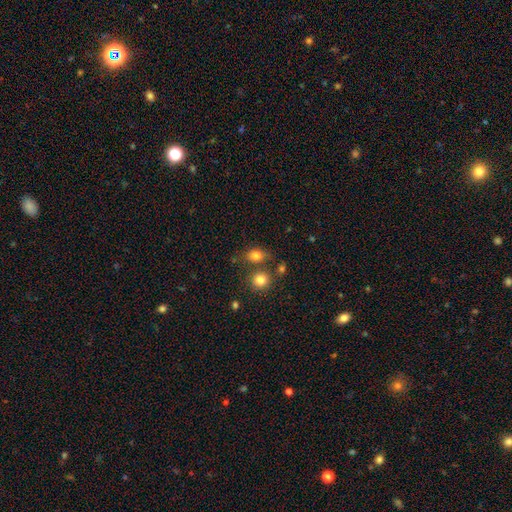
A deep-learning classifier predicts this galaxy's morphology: Smooth or featured? Predicted: smooth (p=0.80). How rounded? Predicted: in between (p=0.59). Merging? Predicted: none (p=0.63).